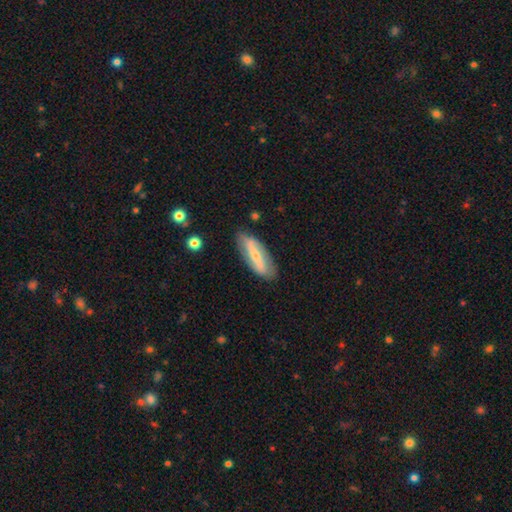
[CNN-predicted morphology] Smooth or featured? featured or disk (64%)
Edge-on disk? no (72%)
Merging? none (82%)